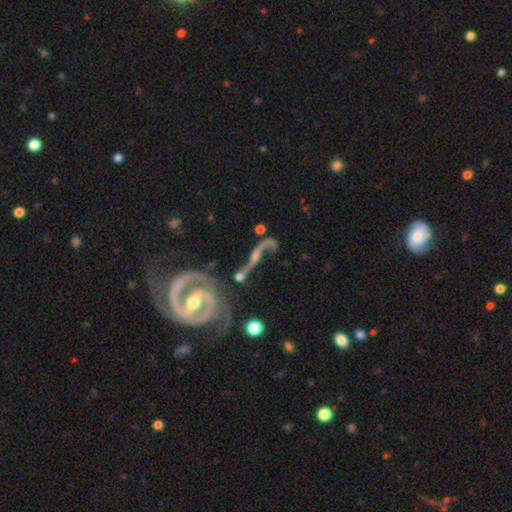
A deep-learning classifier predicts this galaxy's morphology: A featured or disk galaxy (83%) with a weak bar (34%, tied with strong), 2 (89%) medium (39%) spiral arms (92%) and a moderate central bulge (53%).

Vote fractions:
- Smooth or featured? featured or disk: 83% / smooth: 9% / star or artifact: 8%
- Edge-on disk? no: 82% / yes: 18%
- Bar? weak: 34% (tied) / strong: 34% (tied) / no: 32%
- Spiral arms? yes: 92% / no: 8%
- Spiral winding? medium: 39% / loose: 38% / tight: 23%
- Spiral arm count? 2: 89% / 1: 3% / can't tell: 3% / 3: 2% / 4: 1% / more than 4: 1%
- Bulge size? moderate: 53% / small: 37% / none: 4% / large: 4% / dominant: 2%
- Merging? none: 48% / minor disturbance: 19% / merger: 18% / major disturbance: 14%